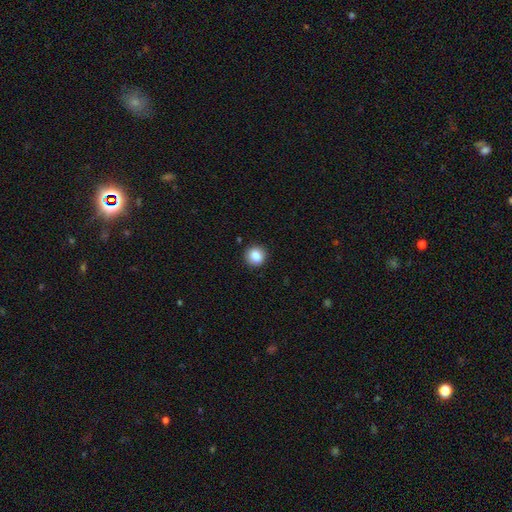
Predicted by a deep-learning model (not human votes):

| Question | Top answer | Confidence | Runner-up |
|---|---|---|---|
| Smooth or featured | smooth | 87% | star or artifact (9%) |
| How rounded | round | 89% | in between (10%) |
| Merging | none | 90% | minor disturbance (7%) |